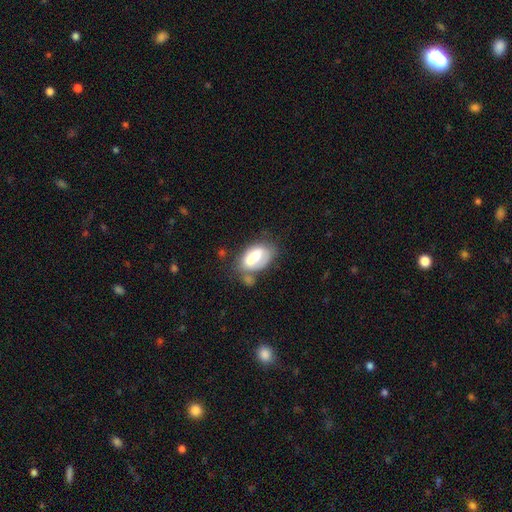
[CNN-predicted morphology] Smooth or featured?
  - smooth: 55% *
  - featured or disk: 37%
  - star or artifact: 7%
How rounded?
  - in between: 89% *
  - round: 9%
  - cigar-shaped: 2%
Merging?
  - merger: 34% *
  - none: 28%
  - minor disturbance: 22%
  - major disturbance: 17%